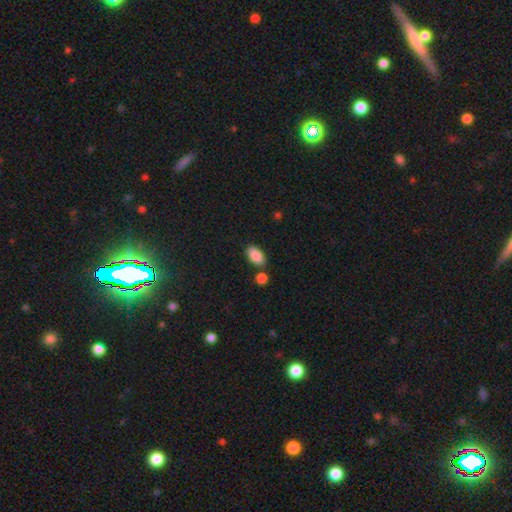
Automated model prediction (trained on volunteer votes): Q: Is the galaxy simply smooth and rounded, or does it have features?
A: smooth — 88%.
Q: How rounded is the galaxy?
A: in between — 93%.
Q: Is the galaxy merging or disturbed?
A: none — 73%.